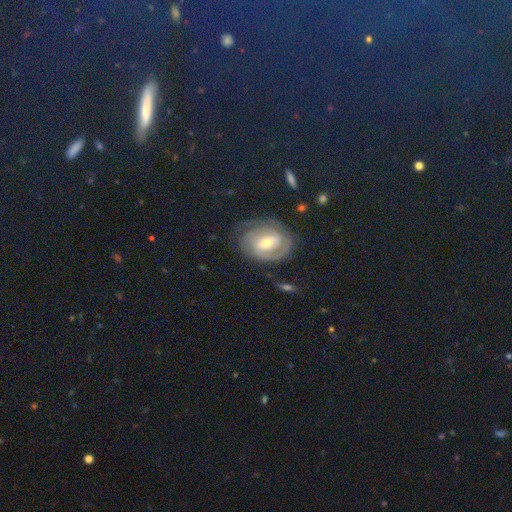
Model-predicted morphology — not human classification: Smooth or featured? Predicted: star or artifact (p=0.43).